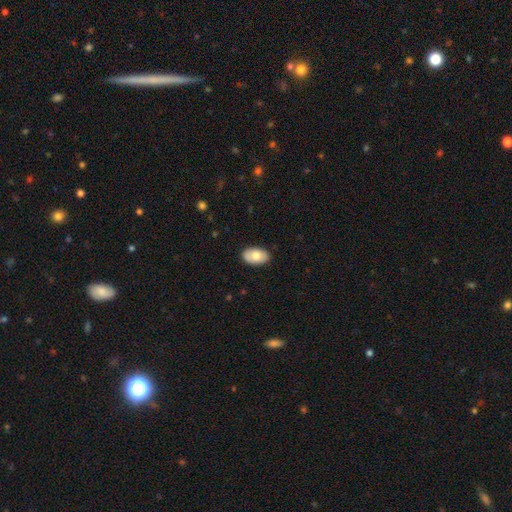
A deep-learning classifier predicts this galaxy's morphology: Smooth or featured?
  - smooth: 74% *
  - featured or disk: 20%
  - star or artifact: 6%
How rounded?
  - in between: 93% *
  - round: 6%
  - cigar-shaped: 1%
Merging?
  - none: 86% *
  - minor disturbance: 11%
  - major disturbance: 2%
  - merger: 1%